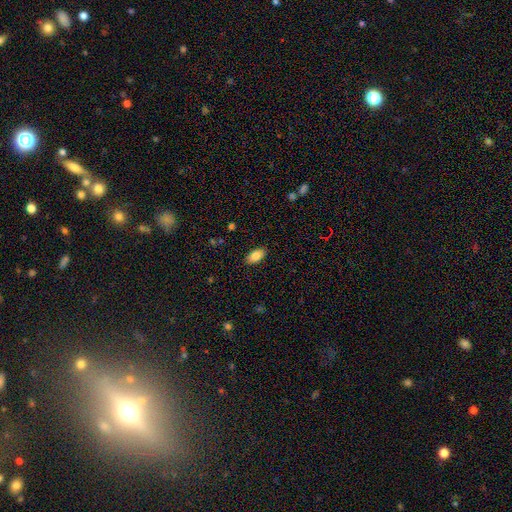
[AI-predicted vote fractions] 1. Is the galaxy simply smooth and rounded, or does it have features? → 84% smooth, 8% featured or disk, 7% star or artifact.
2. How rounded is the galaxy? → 93% in between, 4% round, 3% cigar-shaped.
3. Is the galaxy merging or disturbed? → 88% none, 9% minor disturbance, 2% major disturbance, 1% merger.